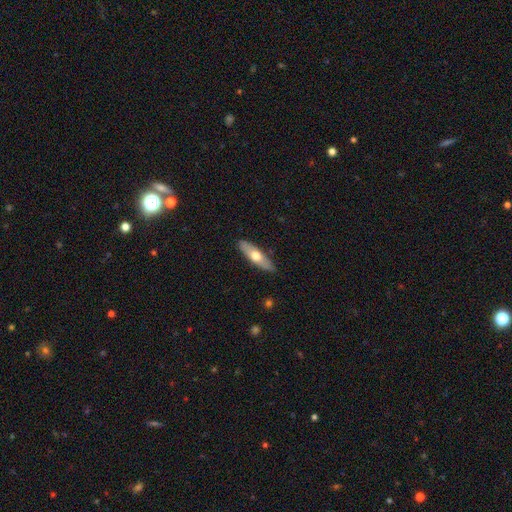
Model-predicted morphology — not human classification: Overall: smooth (54%; featured or disk 40%). How rounded: cigar-shaped (56%; in between 41%). Merging: none (88%).